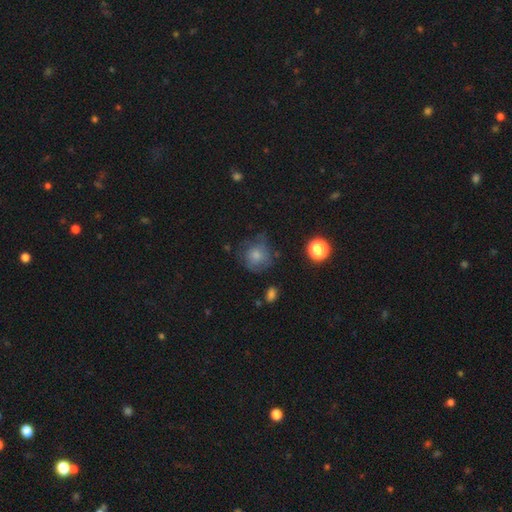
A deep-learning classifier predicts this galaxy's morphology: A smooth galaxy with no disk features (56%) that is round (86%). Merging: none (63%).